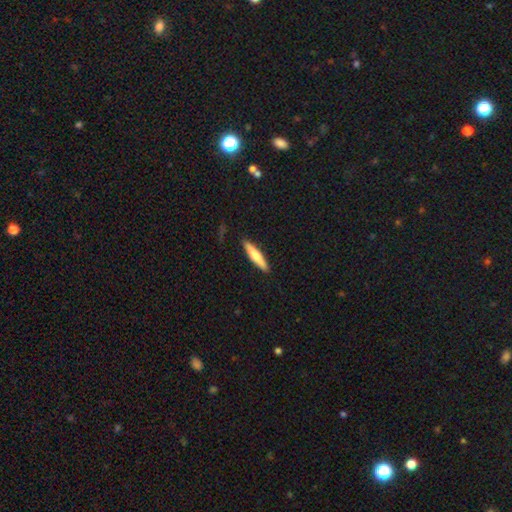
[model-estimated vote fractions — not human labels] This appears to be a smooth galaxy with no disk features (55%) that is cigar-shaped (85%). Merging: none (90%).